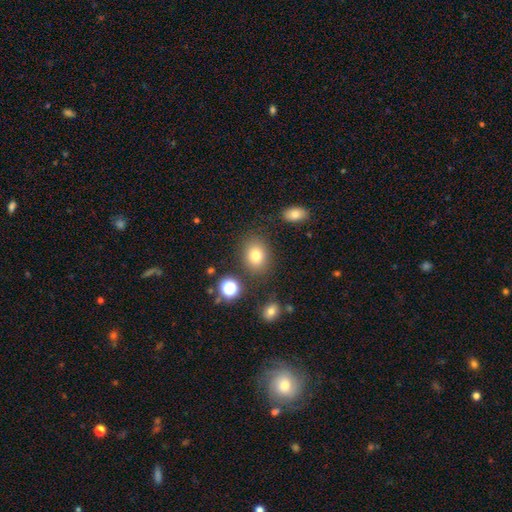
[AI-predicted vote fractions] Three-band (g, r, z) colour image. It shows a smooth galaxy with no disk features (78%) that is in between round and cigar-shaped (51%). Merging: none (81%).